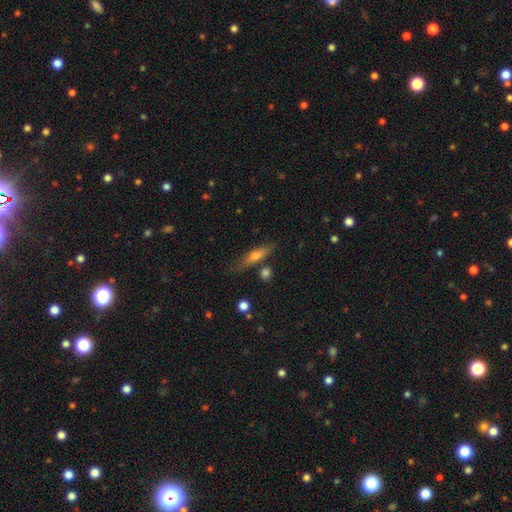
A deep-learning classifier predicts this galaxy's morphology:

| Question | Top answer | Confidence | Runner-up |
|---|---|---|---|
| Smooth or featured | smooth | 53% | featured or disk (39%) |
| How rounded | cigar-shaped | 77% | in between (20%) |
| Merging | none | 73% | minor disturbance (16%) |